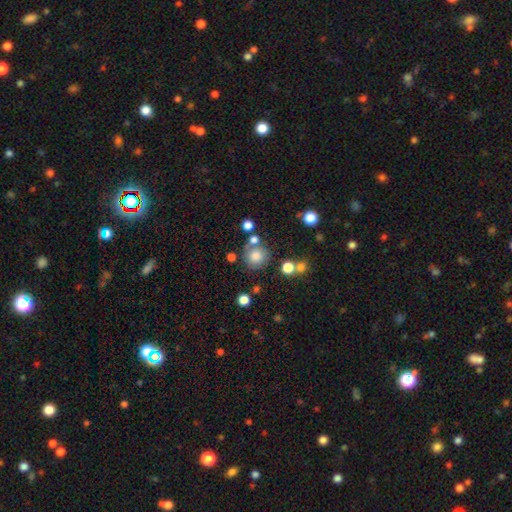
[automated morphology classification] Smooth or featured? Predicted: smooth (p=0.79). How rounded? Predicted: round (p=0.91). Merging? Predicted: none (p=0.71).